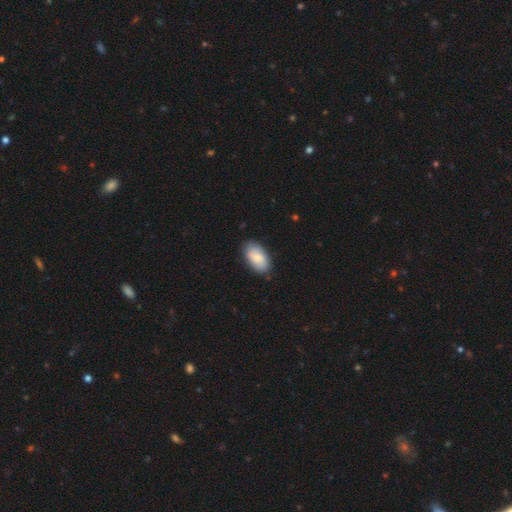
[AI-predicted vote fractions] The model was most divided on "smooth or featured": smooth: 71%, featured or disk: 22%, star or artifact: 6%. More confident: how rounded — in between (94%); merging — none (83%).